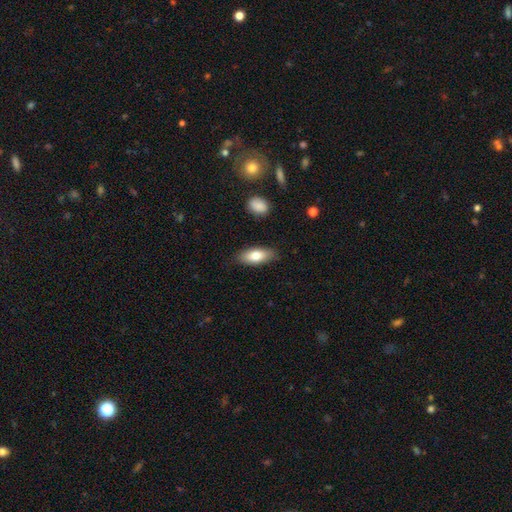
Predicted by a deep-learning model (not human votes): Smooth or featured: smooth — 75% (featured or disk — 18%)
How rounded: in between — 81% (cigar-shaped — 16%)
Merging: none — 85% (minor disturbance — 12%)